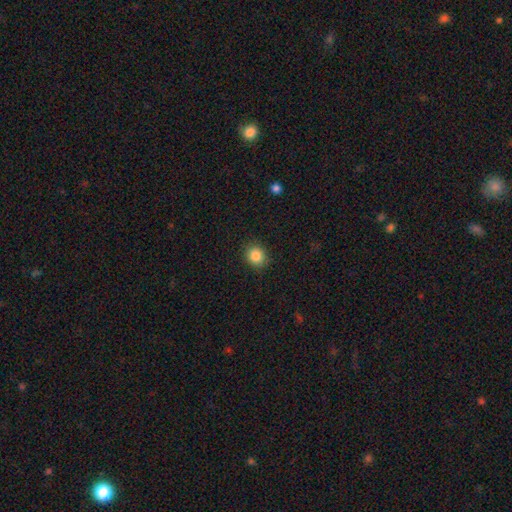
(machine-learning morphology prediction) smooth 86%, star or artifact 10%, featured or disk 5%. Down the decision tree: how rounded — round (74%); merging — none (89%).